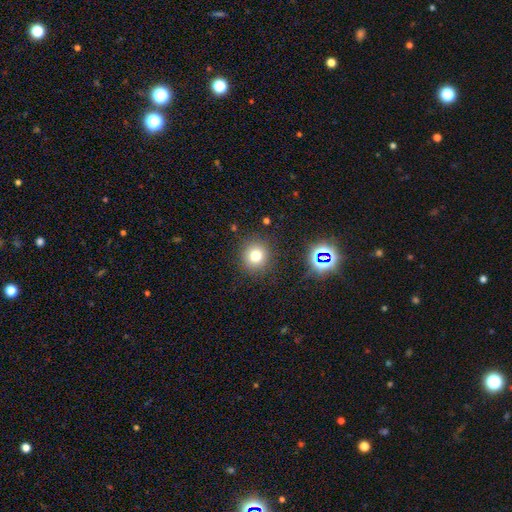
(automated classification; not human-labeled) This is likely a smooth galaxy (75%). How rounded: clearly round (90%). Merging: clearly none (87%).